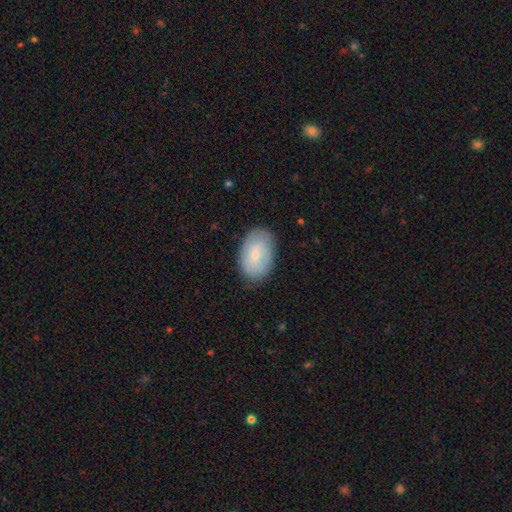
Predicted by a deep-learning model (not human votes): A smooth galaxy with no disk features (64%) that is in between round and cigar-shaped (91%). Merging: none (81%).